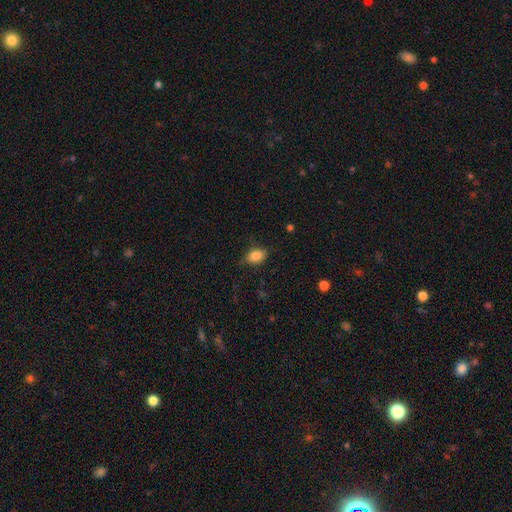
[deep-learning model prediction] Q: Smooth or featured?
A: smooth (84%); runner-up: star or artifact (8%)
Q: How rounded?
A: in between (83%); runner-up: round (15%)
Q: Merging?
A: none (76%); runner-up: minor disturbance (19%)